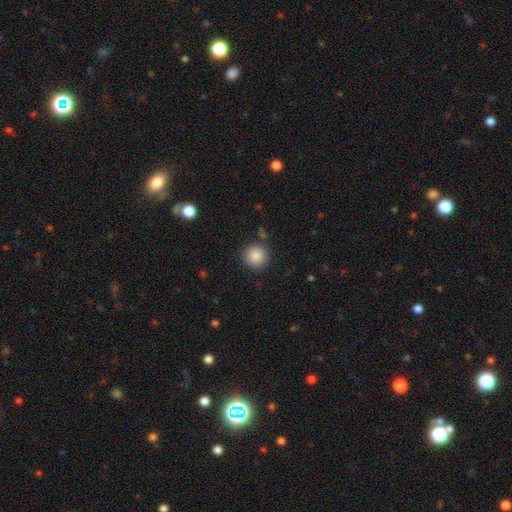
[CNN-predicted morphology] smooth-or-featured: smooth: 88% | star or artifact: 9% | featured or disk: 4%
  how-rounded: round: 94% | in between: 5% | cigar-shaped: 1%
  merging: none: 88% | minor disturbance: 8% | major disturbance: 3% | merger: 2%